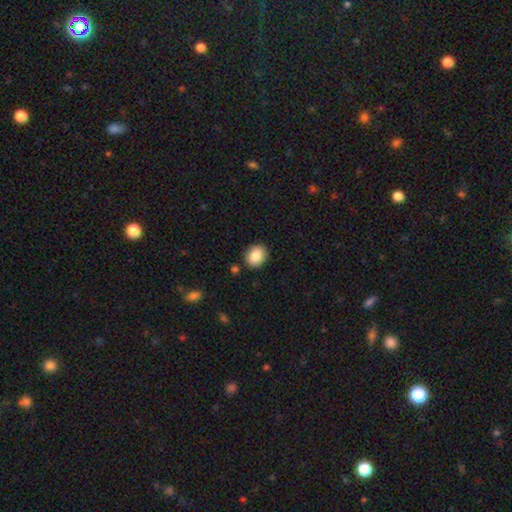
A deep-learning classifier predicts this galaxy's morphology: Smooth or featured? smooth (87%)
How rounded? in between (54%)
Merging? none (87%)